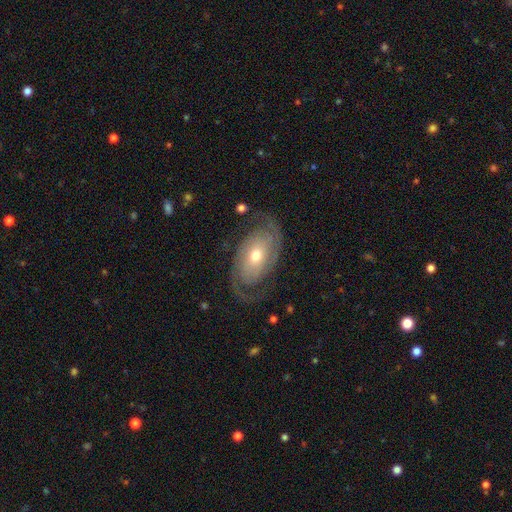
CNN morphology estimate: The model was most divided on "spiral winding": tight: 44%, medium: 39%, loose: 17%. More confident: edge-on disk — no (96%); spiral arms — yes (95%); spiral arm count — 2 (88%); smooth or featured — featured or disk (85%); merging — none (76%); bar — no (67%); bulge size — moderate (61%).